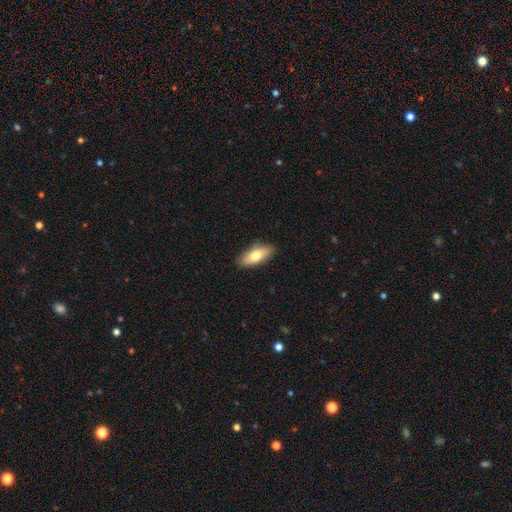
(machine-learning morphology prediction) A smooth galaxy with no disk features (72%) that is in between round and cigar-shaped (78%). Merging: none (88%).